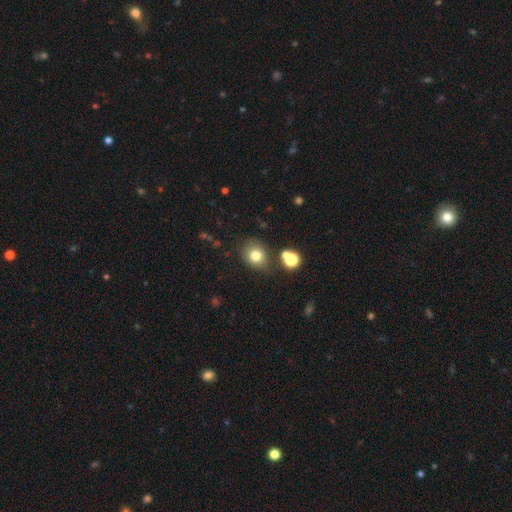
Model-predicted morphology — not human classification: Smooth or featured: smooth — 78% (star or artifact — 13%)
How rounded: round — 63% (in between — 36%)
Merging: none — 76% (minor disturbance — 12%)